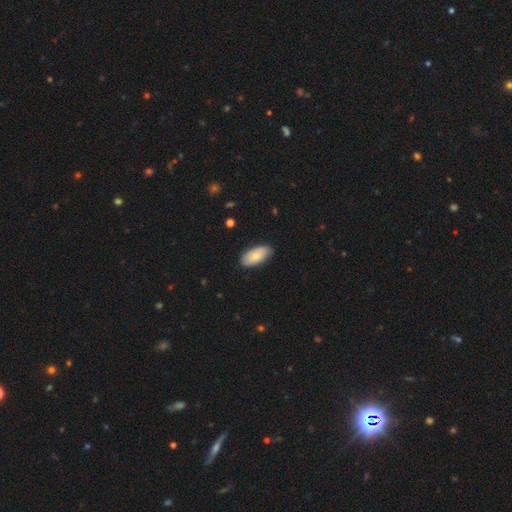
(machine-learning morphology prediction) This is likely a smooth galaxy (75%). How rounded: clearly in between (92%). Merging: clearly none (84%).